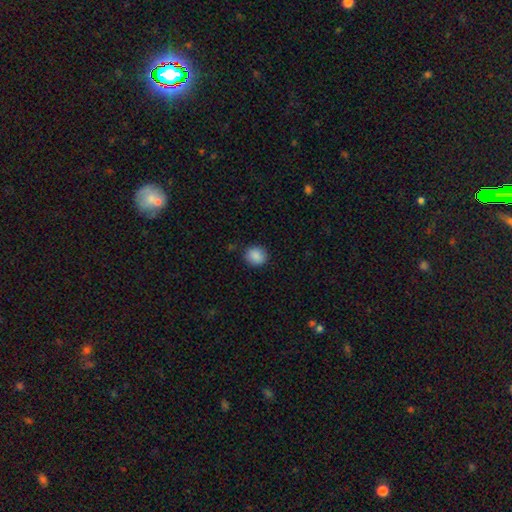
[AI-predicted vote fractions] smooth 88%, star or artifact 8%, featured or disk 3%. Down the decision tree: how rounded — round (80%); merging — none (87%).